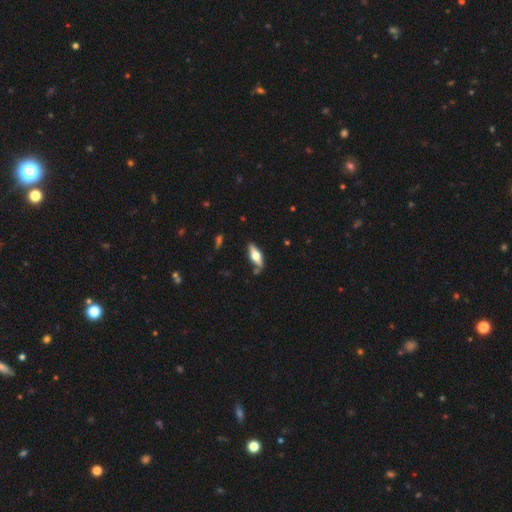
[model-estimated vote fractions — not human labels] smooth_or_featured: featured or disk (p=0.49) [alt: smooth p=0.45]
merging: none (p=0.76) [alt: minor disturbance p=0.17]